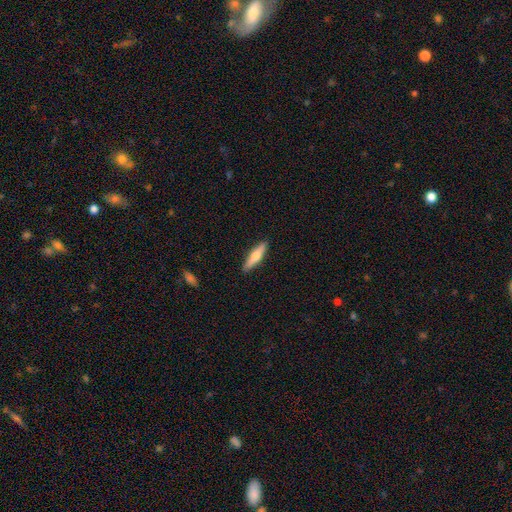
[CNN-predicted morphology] Q: Smooth or featured?
A: smooth (57%); runner-up: featured or disk (37%)
Q: How rounded?
A: cigar-shaped (79%); runner-up: in between (19%)
Q: Merging?
A: none (90%); runner-up: minor disturbance (7%)